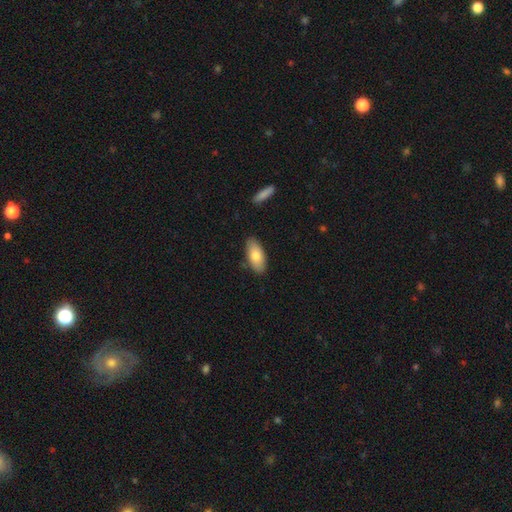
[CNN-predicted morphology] This appears to be a smooth galaxy with no disk features (78%) that is in between round and cigar-shaped (90%). Merging: none (86%).